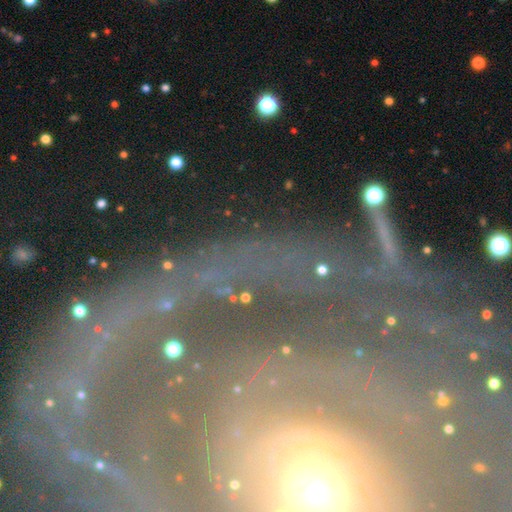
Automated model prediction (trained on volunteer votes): This appears to be a star or artifact, not a galaxy (49%).